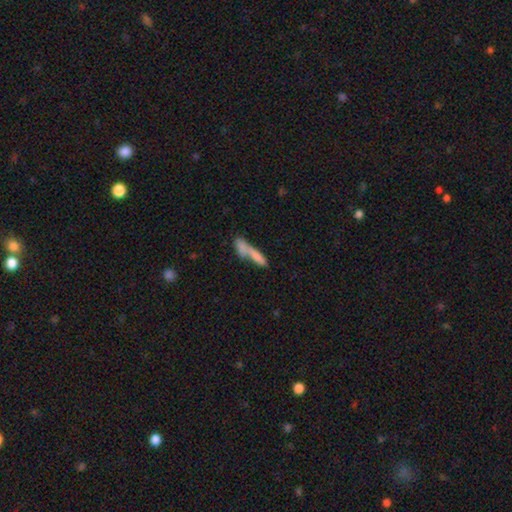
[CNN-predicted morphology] A smooth galaxy with no disk features (74%) that is cigar-shaped (75%). Merging: merger (51%).